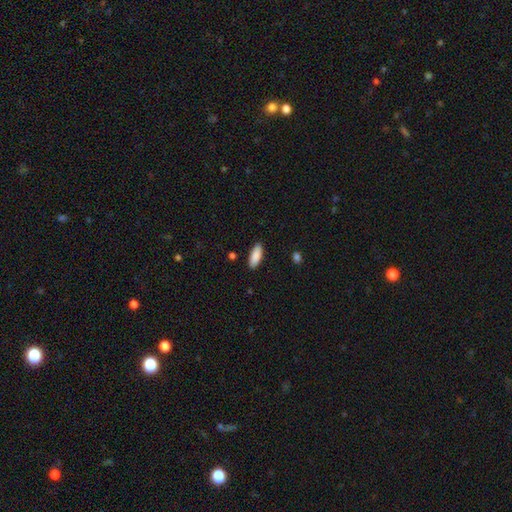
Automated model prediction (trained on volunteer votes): smooth 89%, star or artifact 6%, featured or disk 5%. Down the decision tree: how rounded — in between (73%); merging — none (88%).